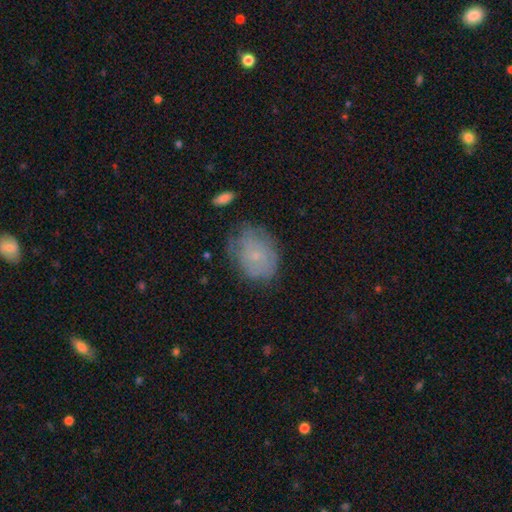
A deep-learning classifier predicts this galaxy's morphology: smooth 56%, featured or disk 34%, star or artifact 11%. Down the decision tree: how rounded — in between (62%); merging — none (63%).